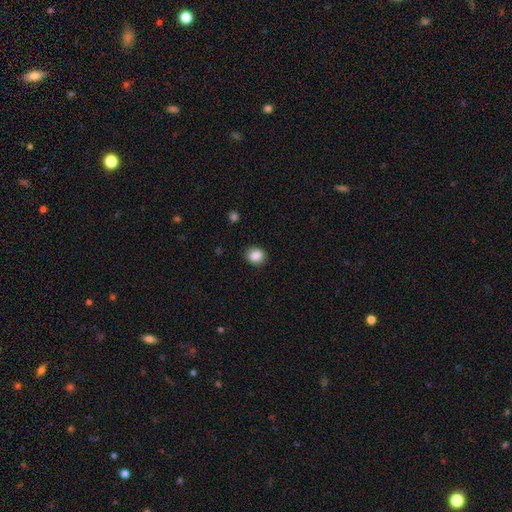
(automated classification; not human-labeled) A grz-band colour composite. It shows a smooth galaxy with no disk features (86%) that is round (65%). Merging: none (87%).